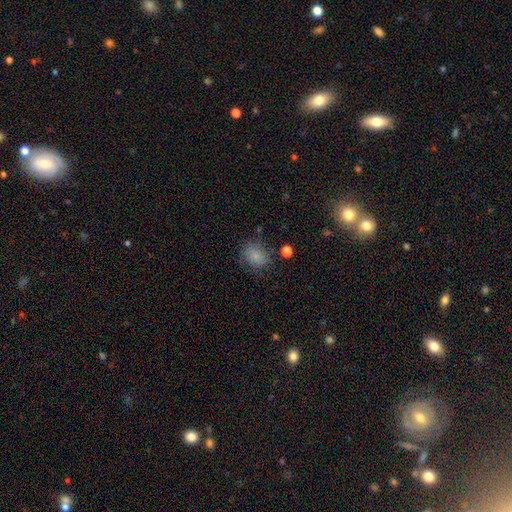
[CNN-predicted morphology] Smooth or featured?
  - smooth: 83% *
  - star or artifact: 11%
  - featured or disk: 7%
How rounded?
  - in between: 50% *
  - round: 49%
  - cigar-shaped: 1%
Merging?
  - none: 74% *
  - minor disturbance: 17%
  - major disturbance: 6%
  - merger: 3%